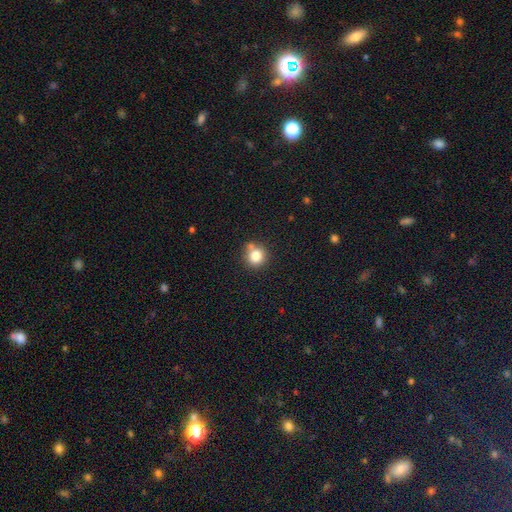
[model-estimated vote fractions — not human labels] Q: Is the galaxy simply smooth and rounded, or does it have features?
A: smooth — 81%.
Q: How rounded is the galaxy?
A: round — 91%.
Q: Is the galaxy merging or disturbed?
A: none — 70%.